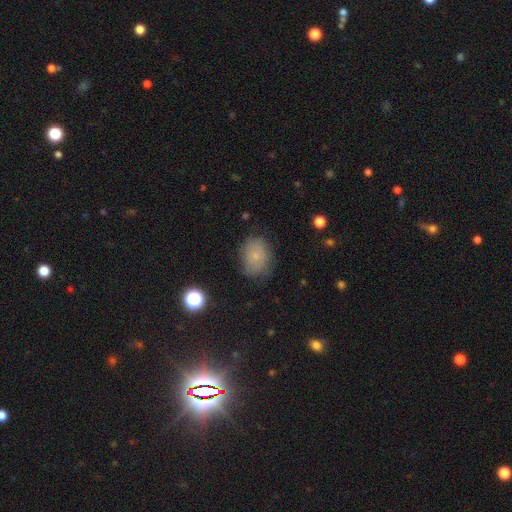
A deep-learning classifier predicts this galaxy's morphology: Q: Smooth or featured?
A: smooth (70%); runner-up: featured or disk (17%)
Q: How rounded?
A: in between (58%); runner-up: round (41%)
Q: Merging?
A: none (69%); runner-up: minor disturbance (22%)